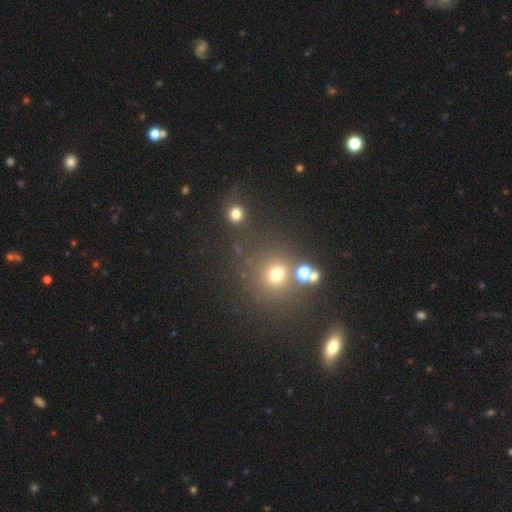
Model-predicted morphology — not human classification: A star or artifact, not a galaxy (45%).

Vote fractions:
- Smooth or featured? star or artifact: 45% / smooth: 44% / featured or disk: 11%